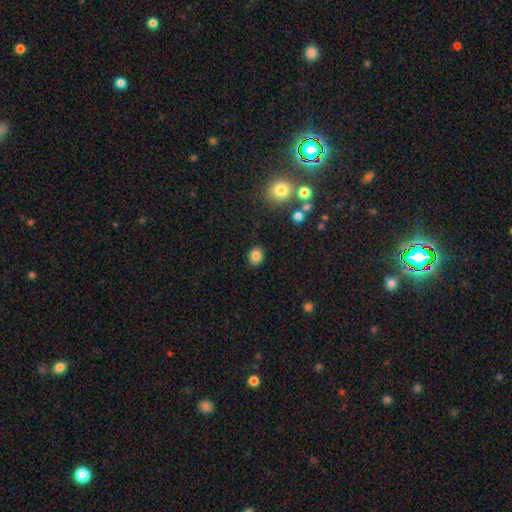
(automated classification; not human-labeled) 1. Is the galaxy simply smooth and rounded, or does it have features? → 82% smooth, 11% star or artifact, 7% featured or disk.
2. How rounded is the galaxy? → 57% round, 42% in between, 1% cigar-shaped.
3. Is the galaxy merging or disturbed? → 87% none, 8% minor disturbance, 2% major disturbance, 2% merger.